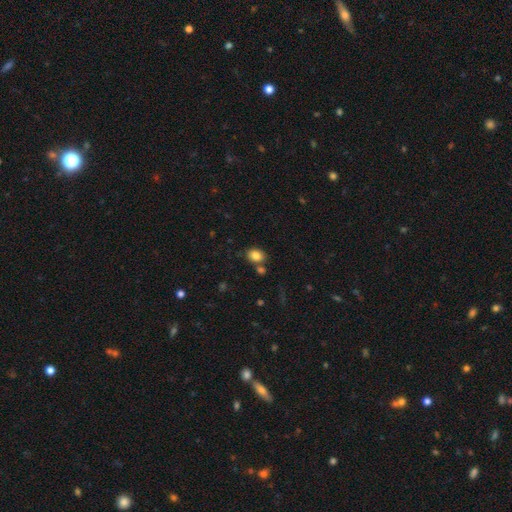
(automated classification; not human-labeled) The model was most divided on "how rounded": in between: 59%, round: 40%, cigar-shaped: 1%. More confident: smooth or featured — smooth (84%); merging — none (69%).